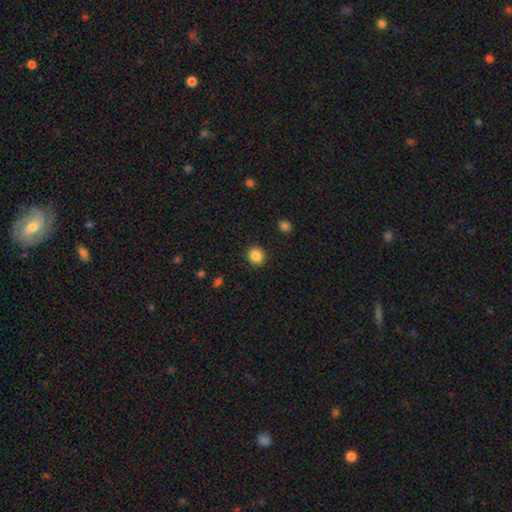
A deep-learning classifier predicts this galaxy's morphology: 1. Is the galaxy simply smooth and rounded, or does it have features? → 86% smooth, 10% star or artifact, 4% featured or disk.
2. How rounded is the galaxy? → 86% round, 13% in between, 1% cigar-shaped.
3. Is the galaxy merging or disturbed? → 91% none, 6% minor disturbance, 2% major disturbance, 1% merger.